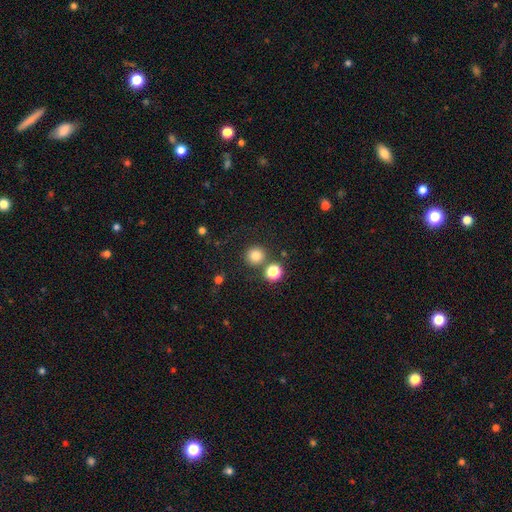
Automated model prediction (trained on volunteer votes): A smooth galaxy with no disk features (80%) that is round (93%). Merging: none (78%).